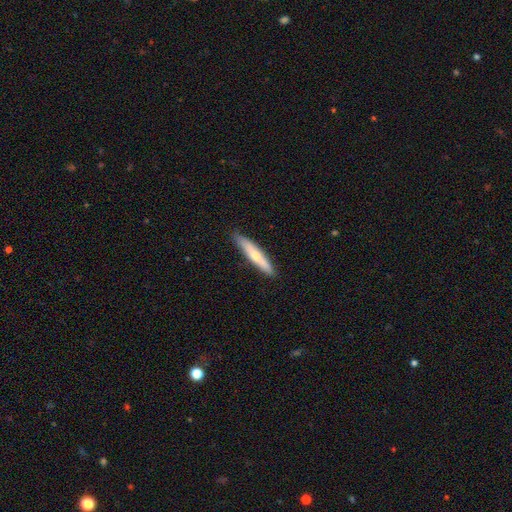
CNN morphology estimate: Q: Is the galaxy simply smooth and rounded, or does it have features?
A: smooth — 57%.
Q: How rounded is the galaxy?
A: cigar-shaped — 88%.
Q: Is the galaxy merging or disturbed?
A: none — 87%.